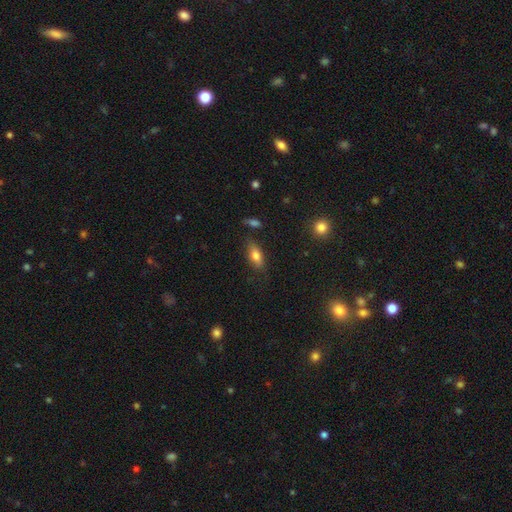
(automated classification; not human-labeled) Smooth or featured? Predicted: smooth (p=0.75). How rounded? Predicted: in between (p=0.80). Merging? Predicted: none (p=0.75).